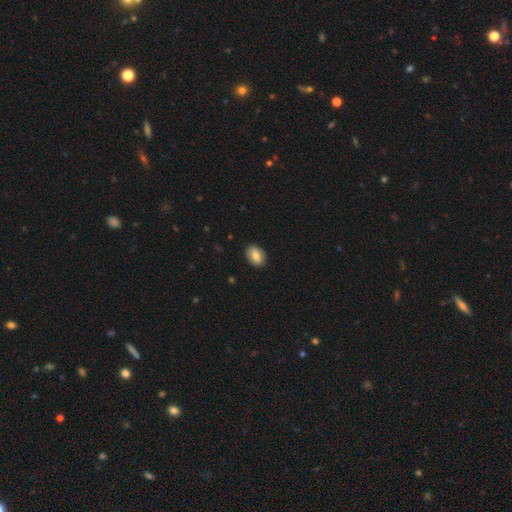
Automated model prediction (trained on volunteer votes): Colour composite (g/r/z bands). It shows a smooth galaxy with no disk features (79%) that is in between round and cigar-shaped (86%). Merging: none (88%).